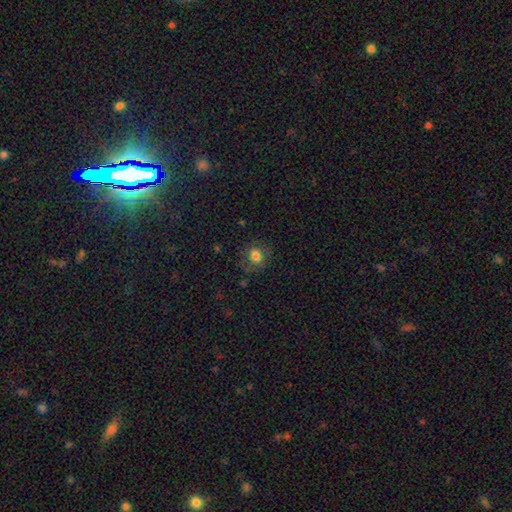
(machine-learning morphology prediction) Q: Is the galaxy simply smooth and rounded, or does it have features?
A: smooth — 77%.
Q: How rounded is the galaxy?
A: round — 71%.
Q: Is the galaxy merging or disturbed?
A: none — 75%.